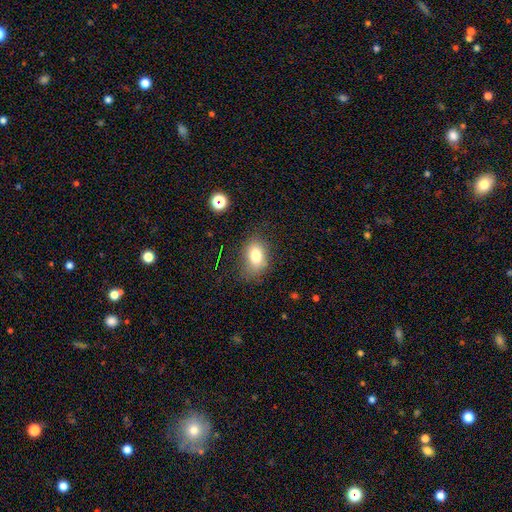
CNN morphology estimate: A smooth galaxy with no disk features (77%) that is in between round and cigar-shaped (82%). Merging: none (69%).